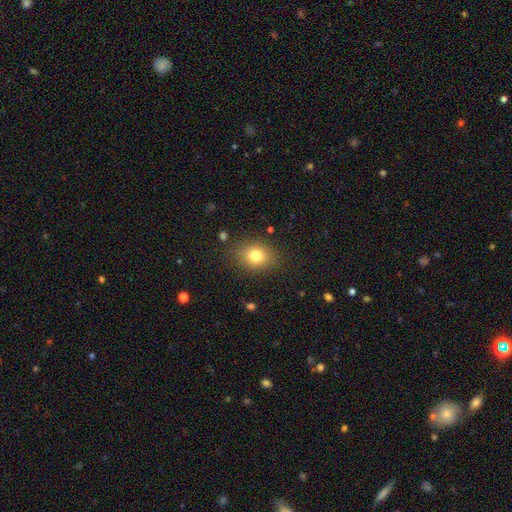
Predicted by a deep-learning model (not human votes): Overall: smooth (78%). How rounded: round (51%; in between 48%). Merging: none (84%).